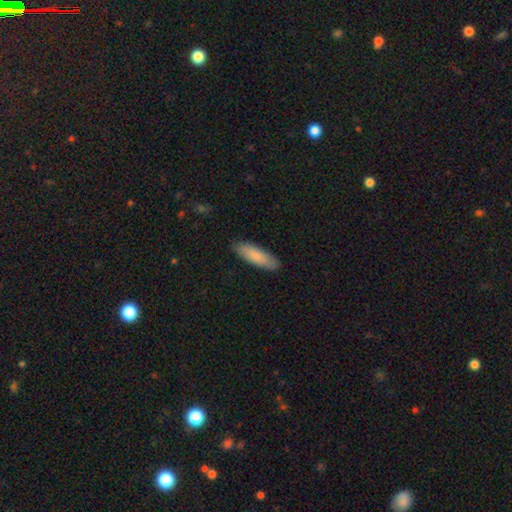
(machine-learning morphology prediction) Smooth or featured? smooth (83%)
How rounded? cigar-shaped (50%)
Merging? none (86%)